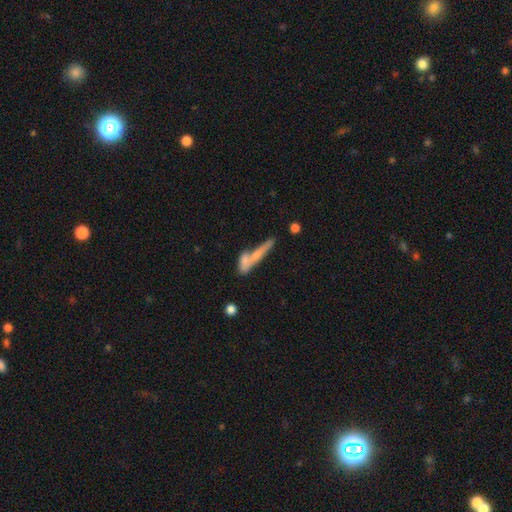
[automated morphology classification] A smooth galaxy with no disk features (57%) that is cigar-shaped (82%).

Vote fractions:
- Smooth or featured? smooth: 57% / featured or disk: 34% / star or artifact: 9%
- How rounded? cigar-shaped: 82% / in between: 15% / round: 3%
- Merging? merger: 40% (tied) / none: 40% (tied) / minor disturbance: 12% / major disturbance: 8%